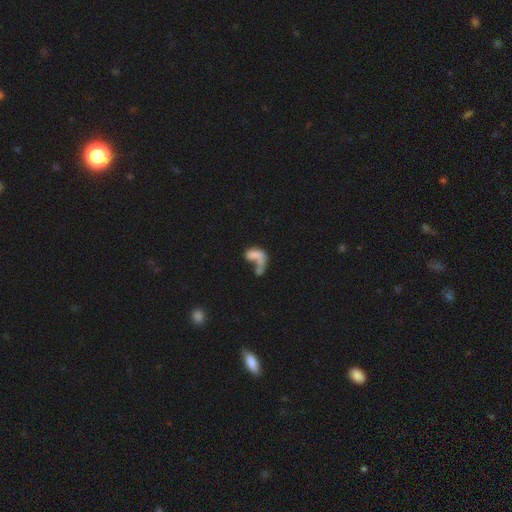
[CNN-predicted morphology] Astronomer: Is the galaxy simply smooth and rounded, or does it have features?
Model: smooth — 55% (runner-up: featured or disk, 33%).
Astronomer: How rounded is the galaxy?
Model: in between — 79%.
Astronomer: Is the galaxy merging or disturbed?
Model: merger — 39% (runner-up: major disturbance, 31%).